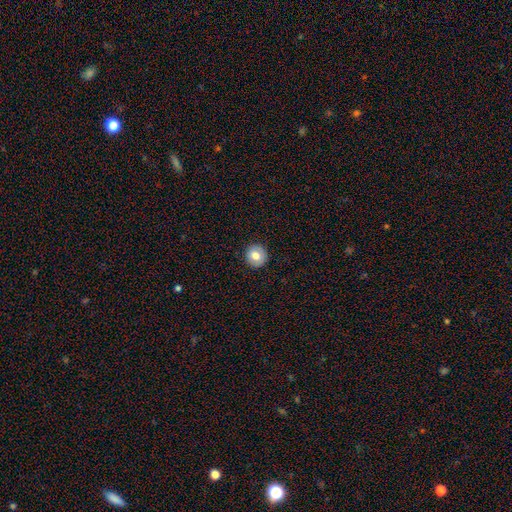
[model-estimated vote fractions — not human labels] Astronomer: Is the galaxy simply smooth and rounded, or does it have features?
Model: smooth — 77%.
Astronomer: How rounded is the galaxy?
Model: round — 94%.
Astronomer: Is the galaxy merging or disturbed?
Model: none — 92%.